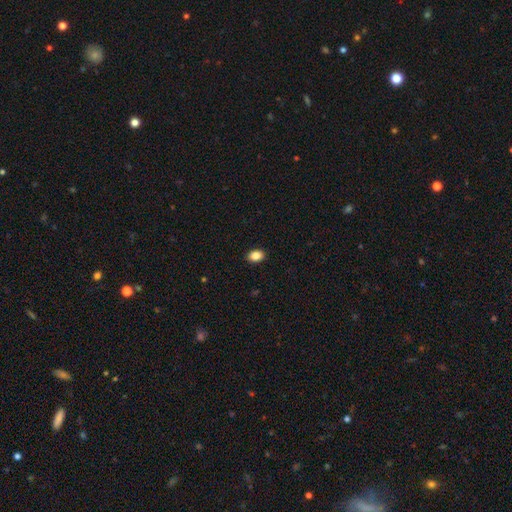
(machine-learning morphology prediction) Overall: smooth (87%). How rounded: in between (78%). Merging: none (91%).